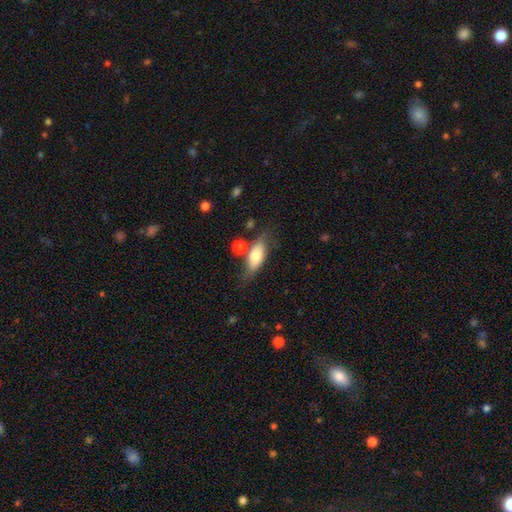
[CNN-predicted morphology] Q: Smooth or featured?
A: smooth (72%); runner-up: featured or disk (21%)
Q: How rounded?
A: in between (79%); runner-up: cigar-shaped (17%)
Q: Merging?
A: none (56%); runner-up: minor disturbance (21%)